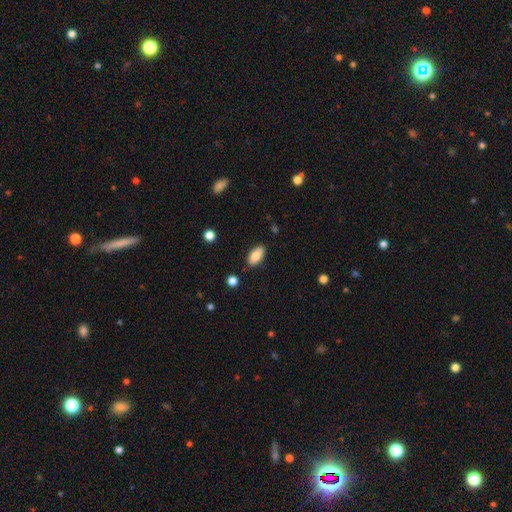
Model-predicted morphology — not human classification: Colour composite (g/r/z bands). It shows a smooth galaxy with no disk features (81%) that is in between round and cigar-shaped (91%). Merging: none (85%).